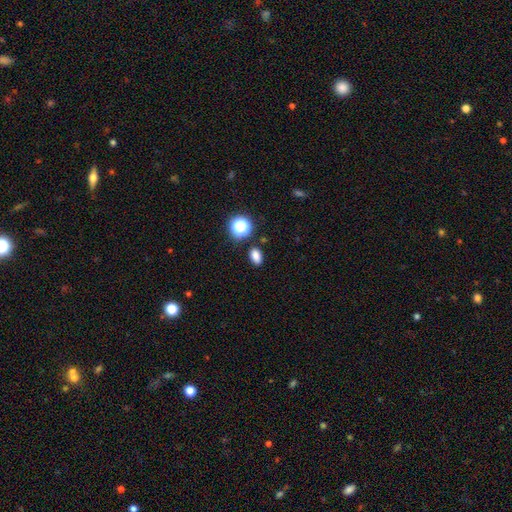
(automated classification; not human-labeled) This is clearly a smooth galaxy (81%). How rounded: likely in between (79%). Merging: clearly none (86%).